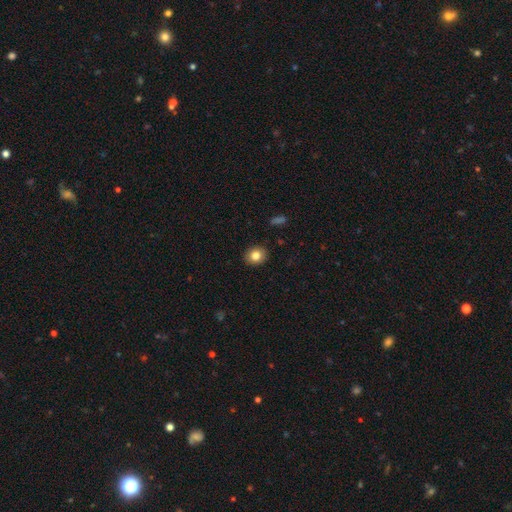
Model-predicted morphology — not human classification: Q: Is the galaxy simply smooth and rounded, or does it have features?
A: smooth — 82%.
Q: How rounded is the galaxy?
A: round — 71%.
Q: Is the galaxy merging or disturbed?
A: none — 91%.